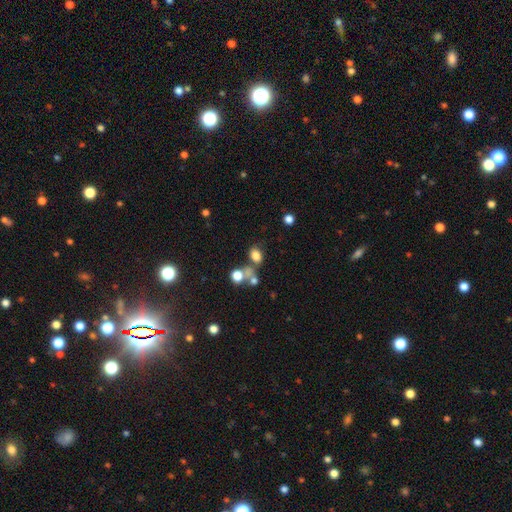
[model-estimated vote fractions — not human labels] Morphology: type=smooth (75%); roundness=in between (69%); merging=none (45%).